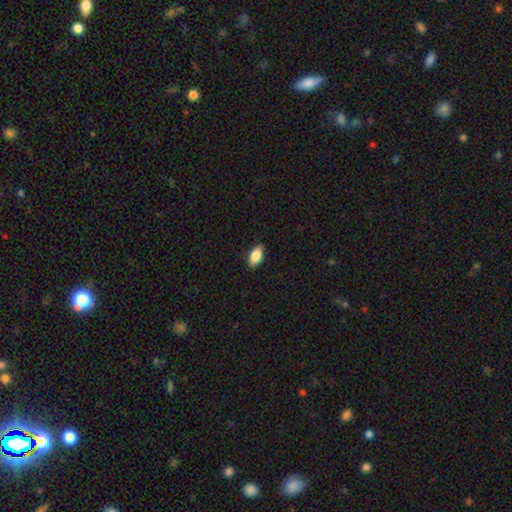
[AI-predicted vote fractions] The model was most divided on "smooth or featured": smooth: 82%, featured or disk: 11%, star or artifact: 7%. More confident: how rounded — in between (90%); merging — none (86%).